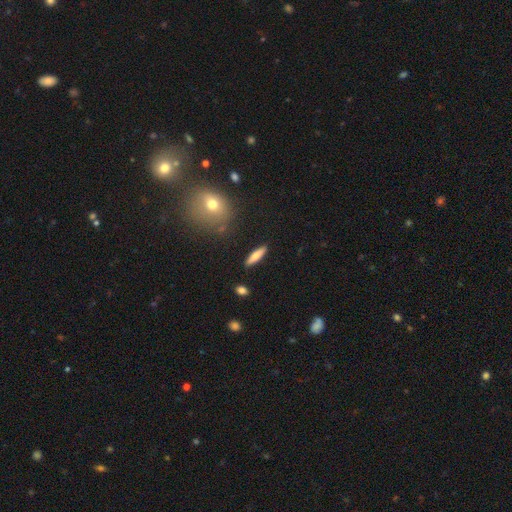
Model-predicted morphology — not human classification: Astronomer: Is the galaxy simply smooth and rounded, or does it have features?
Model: smooth — 65%.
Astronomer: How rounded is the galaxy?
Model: cigar-shaped — 75%.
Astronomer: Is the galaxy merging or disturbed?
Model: none — 88%.